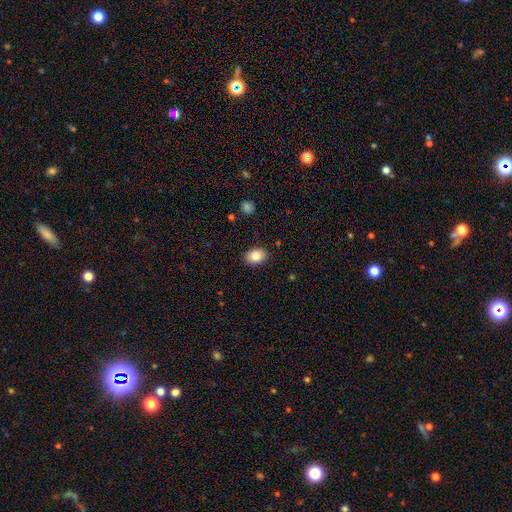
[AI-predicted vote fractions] smooth 82%, featured or disk 10%, star or artifact 8%. Down the decision tree: how rounded — in between (74%); merging — none (87%).